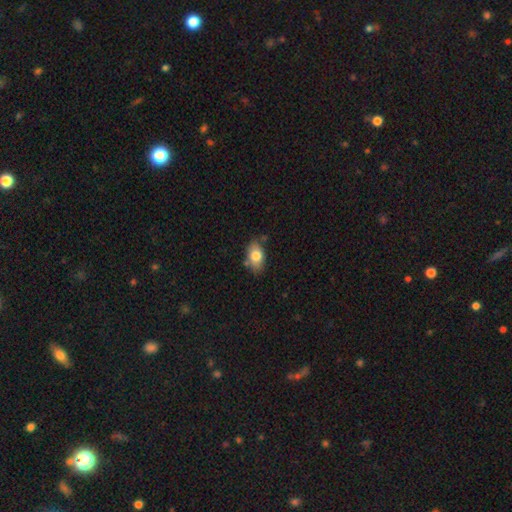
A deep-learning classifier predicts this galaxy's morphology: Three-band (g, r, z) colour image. It shows a smooth galaxy with no disk features (77%) that is in between round and cigar-shaped (87%). Merging: none (72%).